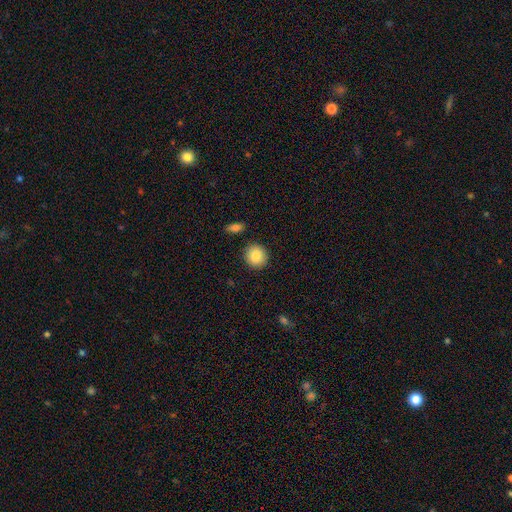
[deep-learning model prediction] Smooth or featured: smooth — 86% (star or artifact — 8%)
How rounded: round — 90% (in between — 9%)
Merging: none — 89% (minor disturbance — 6%)